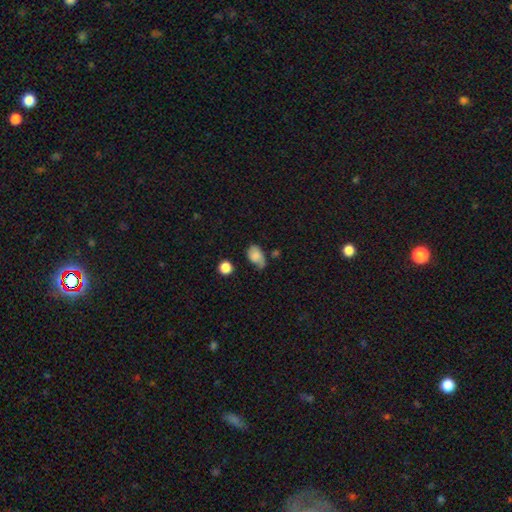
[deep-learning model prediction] smooth_or_featured: smooth (p=0.78) [alt: featured or disk p=0.12]
how_rounded: in between (p=0.86) [alt: round p=0.13]
merging: minor disturbance (p=0.41) [tied with: none p=0.41]